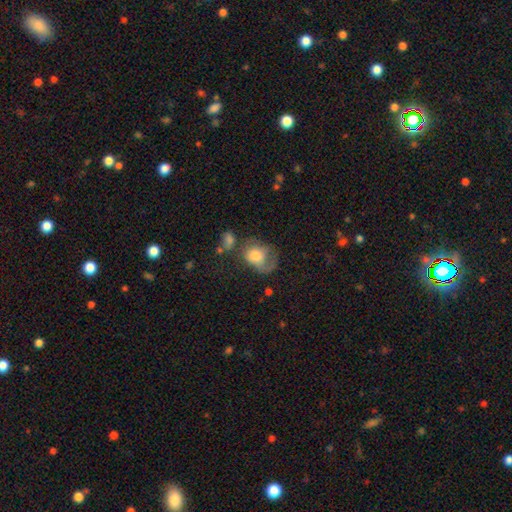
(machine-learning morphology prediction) Smooth or featured?
  - smooth: 63% *
  - featured or disk: 29%
  - star or artifact: 8%
How rounded?
  - in between: 54% *
  - round: 45%
  - cigar-shaped: 1%
Merging?
  - major disturbance: 43% *
  - minor disturbance: 23%
  - none: 23%
  - merger: 11%